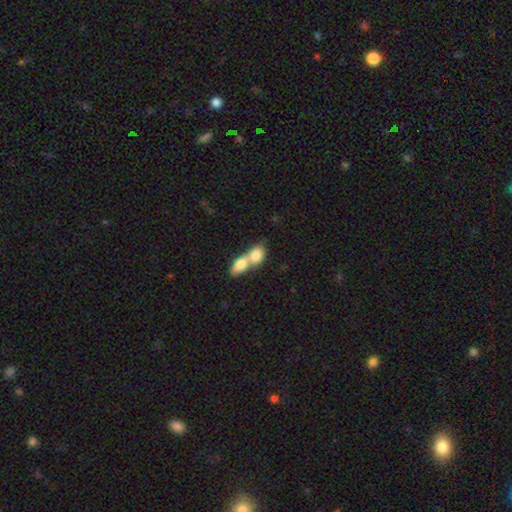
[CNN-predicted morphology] This is likely a smooth galaxy (78%). How rounded: likely in between (73%). Merging: clearly merger (80%).